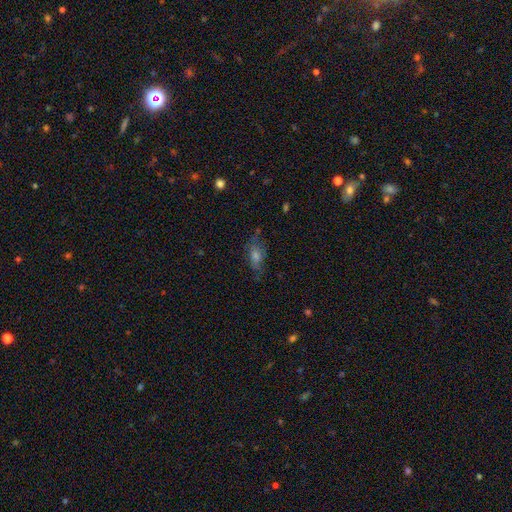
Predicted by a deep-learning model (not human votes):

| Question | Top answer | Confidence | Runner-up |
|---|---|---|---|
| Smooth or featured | smooth | 42% | featured or disk (35%) |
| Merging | none | 65% | minor disturbance (21%) |